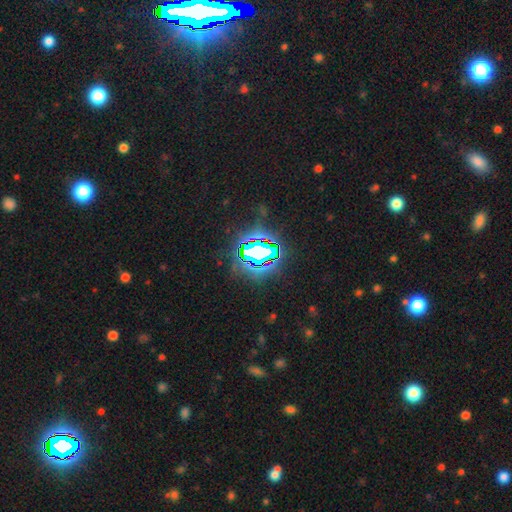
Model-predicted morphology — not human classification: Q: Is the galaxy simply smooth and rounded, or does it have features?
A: star or artifact — 78%.